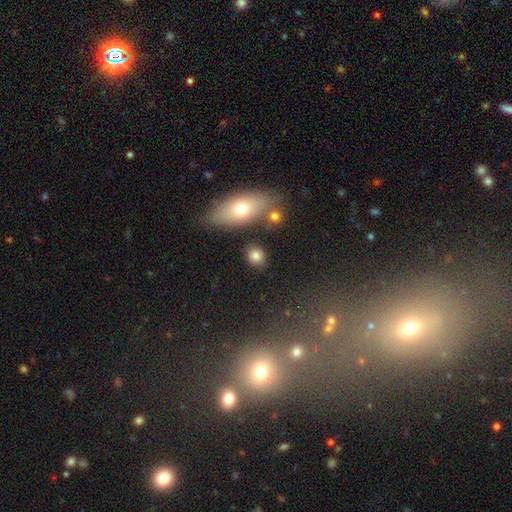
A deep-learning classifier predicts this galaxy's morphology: Smooth or featured?
  - smooth: 83% *
  - star or artifact: 10%
  - featured or disk: 7%
How rounded?
  - round: 61% *
  - in between: 37%
  - cigar-shaped: 2%
Merging?
  - none: 82% *
  - minor disturbance: 9%
  - merger: 6%
  - major disturbance: 3%